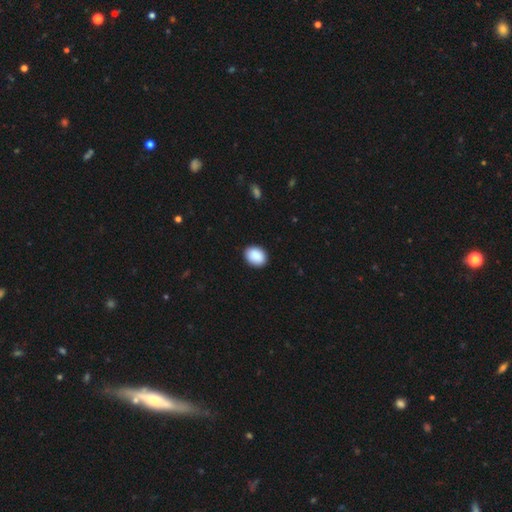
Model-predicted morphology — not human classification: This appears to be a smooth galaxy with no disk features (91%) that is in between round and cigar-shaped (64%). Merging: none (90%).